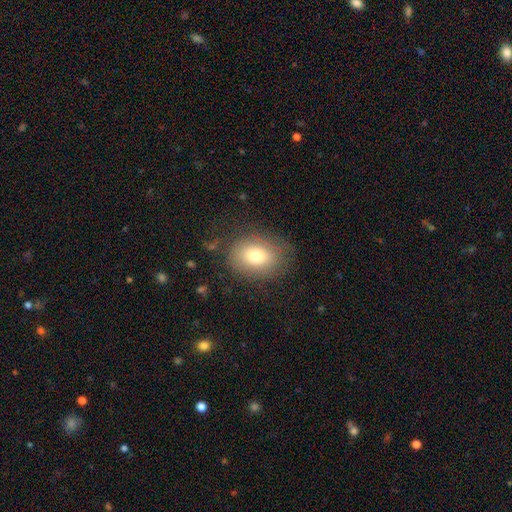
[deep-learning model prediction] smooth-or-featured: smooth: 74% | featured or disk: 16% | star or artifact: 10%
  how-rounded: in between: 67% | round: 32% | cigar-shaped: 1%
  merging: none: 78% | minor disturbance: 14% | major disturbance: 6% | merger: 1%